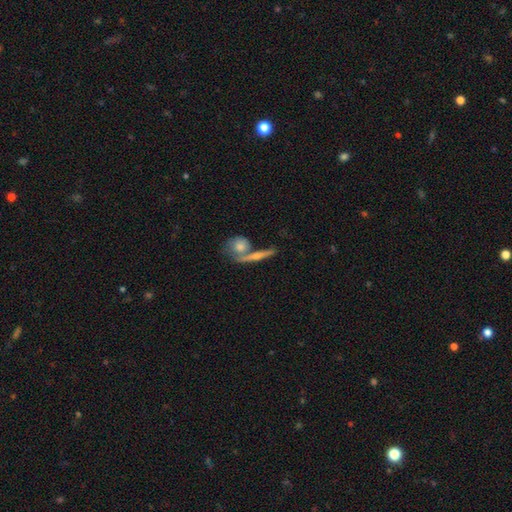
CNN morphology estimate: Smooth or featured?
  - featured or disk: 53% *
  - smooth: 37%
  - star or artifact: 10%
Edge-on disk?
  - yes: 78% *
  - no: 22%
Merging?
  - none: 55% *
  - merger: 31%
  - minor disturbance: 9%
  - major disturbance: 5%